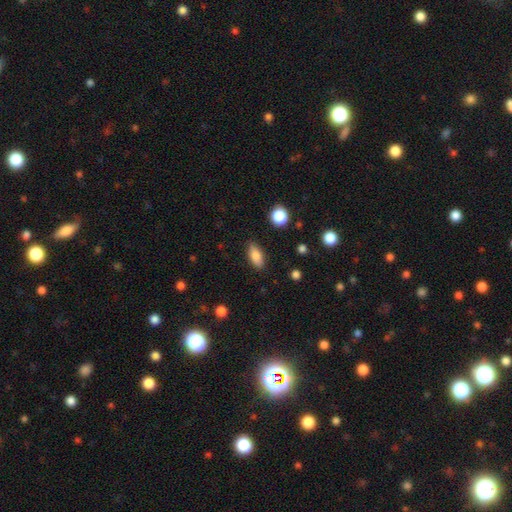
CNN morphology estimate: smooth_or_featured: smooth (p=0.83) [alt: featured or disk p=0.09]
how_rounded: in between (p=0.84) [alt: cigar-shaped p=0.12]
merging: none (p=0.86) [alt: minor disturbance p=0.10]